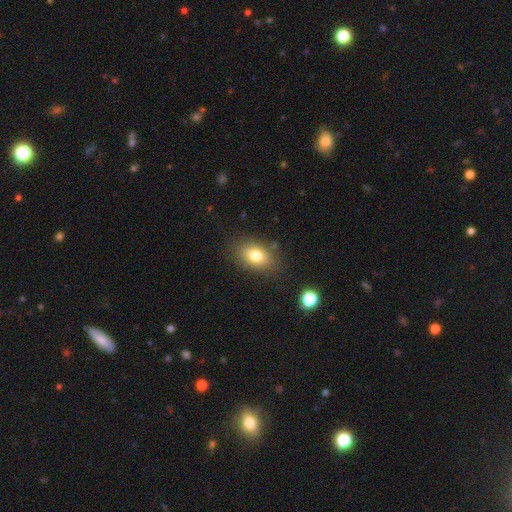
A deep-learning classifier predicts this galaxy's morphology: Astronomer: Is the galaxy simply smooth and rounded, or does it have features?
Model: smooth — 77%.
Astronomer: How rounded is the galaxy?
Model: in between — 81%.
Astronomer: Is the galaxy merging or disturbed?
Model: none — 83%.